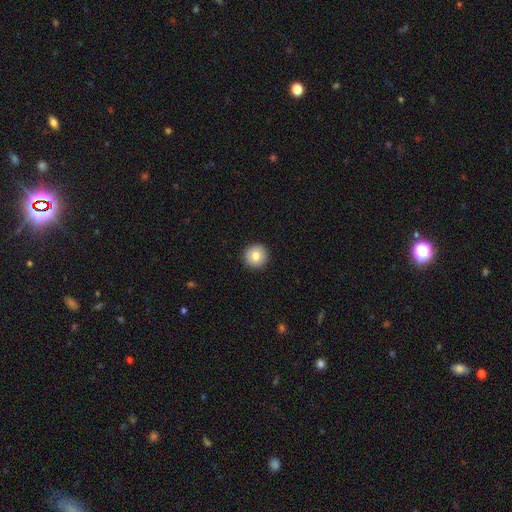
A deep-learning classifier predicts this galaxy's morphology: Q: Smooth or featured?
A: smooth (80%); runner-up: featured or disk (12%)
Q: How rounded?
A: round (96%); runner-up: in between (3%)
Q: Merging?
A: none (93%); runner-up: minor disturbance (5%)